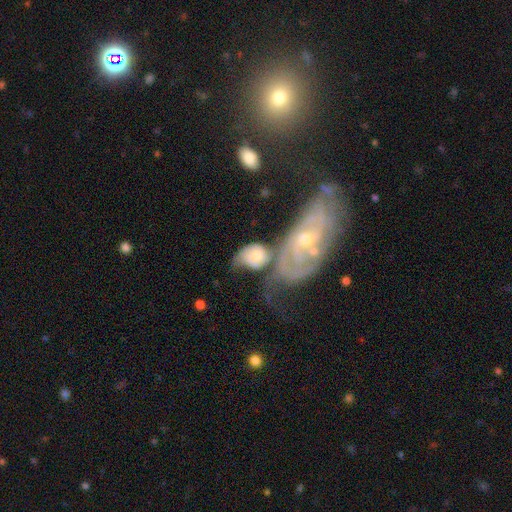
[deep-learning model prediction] A featured or disk galaxy (48%).

Vote fractions:
- Smooth or featured? featured or disk: 48% / smooth: 45% / star or artifact: 7%
- Merging? merger: 47% / none: 22% / major disturbance: 16% / minor disturbance: 16%